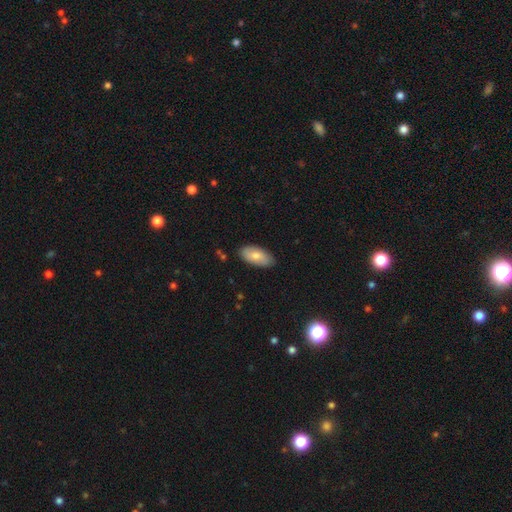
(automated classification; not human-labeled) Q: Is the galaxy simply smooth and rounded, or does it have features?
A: smooth — 78%.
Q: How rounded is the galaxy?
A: in between — 92%.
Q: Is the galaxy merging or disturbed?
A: none — 85%.